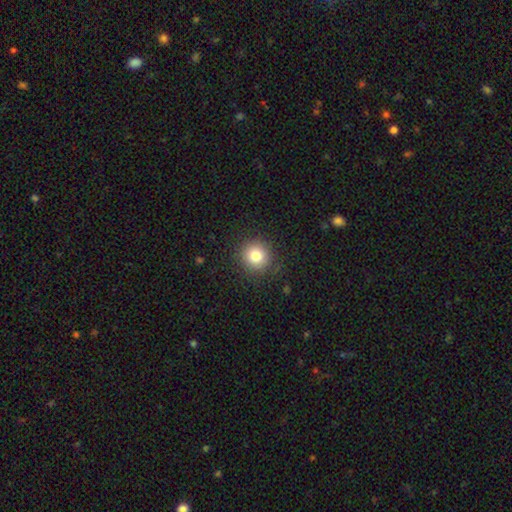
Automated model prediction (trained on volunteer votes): A smooth galaxy with no disk features (80%) that is round (93%). Merging: none (88%).